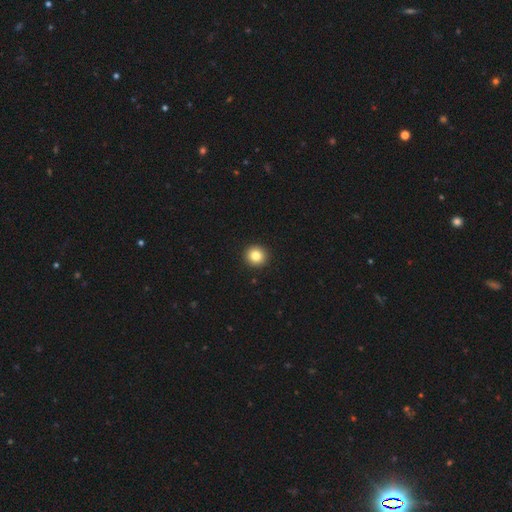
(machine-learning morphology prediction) smooth 83%, star or artifact 10%, featured or disk 7%. Down the decision tree: how rounded — round (94%); merging — none (93%).